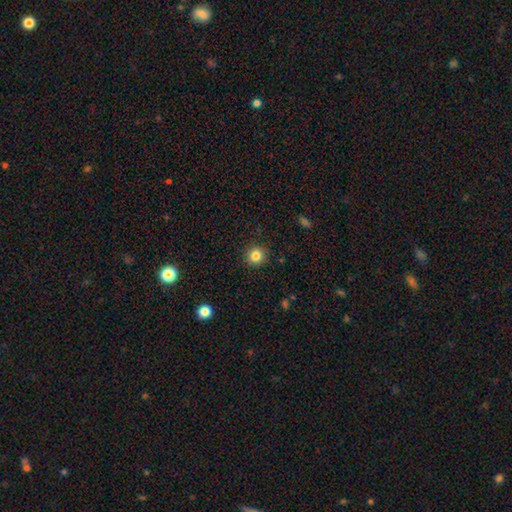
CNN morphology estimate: Smooth or featured?
  - smooth: 84% *
  - star or artifact: 11%
  - featured or disk: 5%
How rounded?
  - round: 91% *
  - in between: 9%
  - cigar-shaped: 1%
Merging?
  - none: 91% *
  - minor disturbance: 6%
  - major disturbance: 2%
  - merger: 1%